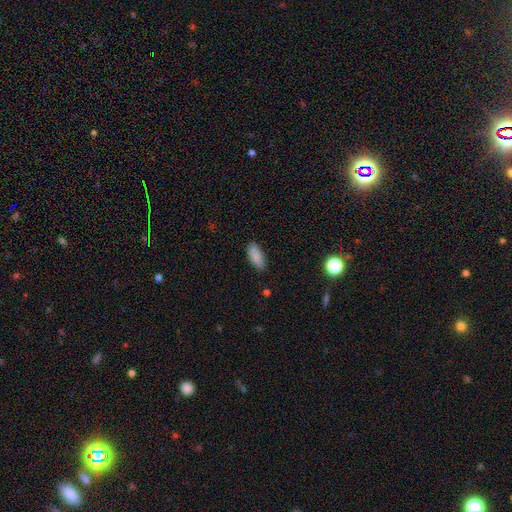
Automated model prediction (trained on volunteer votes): smooth 88%, star or artifact 8%, featured or disk 4%. Down the decision tree: how rounded — in between (84%); merging — none (86%).